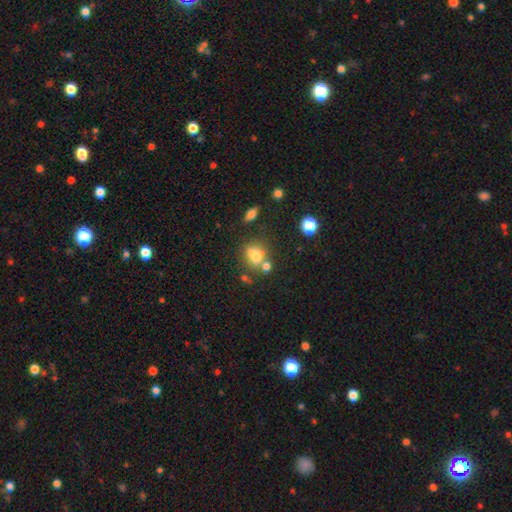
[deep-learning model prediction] Smooth or featured: smooth — 67% (featured or disk — 18%)
How rounded: in between — 53% (round — 44%)
Merging: none — 48% (merger — 28%)